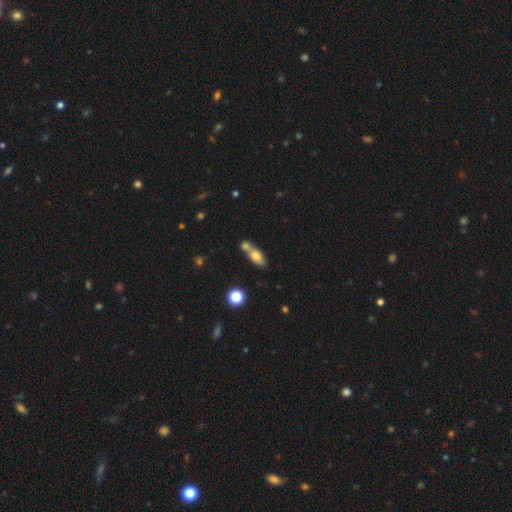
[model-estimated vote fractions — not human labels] The model was most divided on "merging": merger: 47%, none: 38%, minor disturbance: 11%, major disturbance: 4%. More confident: how rounded — in between (73%); smooth or featured — smooth (72%).